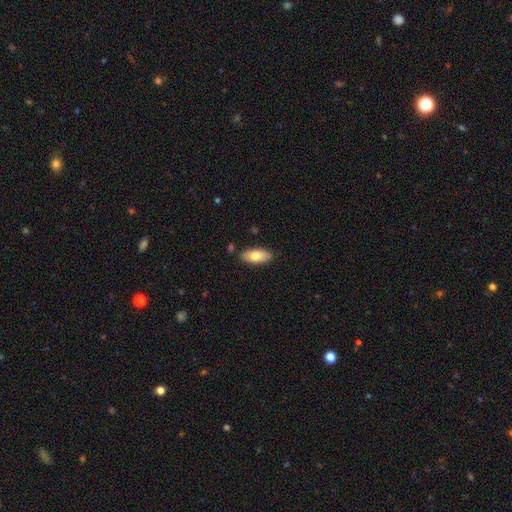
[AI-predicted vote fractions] Q: Smooth or featured?
A: smooth (77%); runner-up: featured or disk (17%)
Q: How rounded?
A: in between (88%); runner-up: cigar-shaped (10%)
Q: Merging?
A: none (86%); runner-up: minor disturbance (10%)